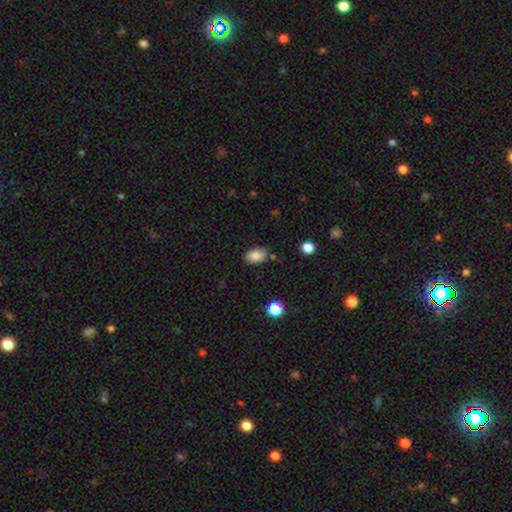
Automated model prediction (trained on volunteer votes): A smooth galaxy with no disk features (85%) that is in between round and cigar-shaped (89%).

Vote fractions:
- Smooth or featured? smooth: 85% / star or artifact: 9% / featured or disk: 6%
- How rounded? in between: 89% / round: 9% / cigar-shaped: 1%
- Merging? none: 75% / minor disturbance: 18% / merger: 4% / major disturbance: 3%